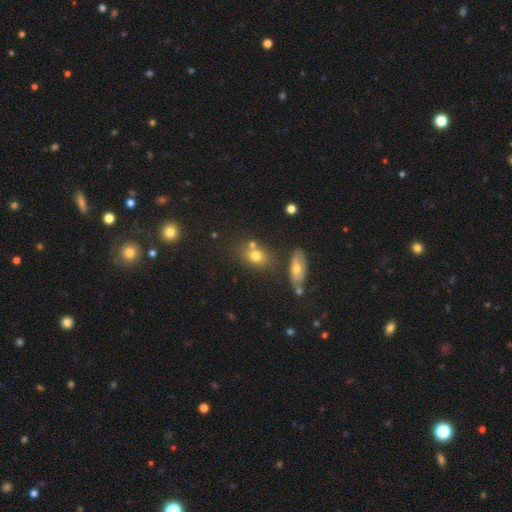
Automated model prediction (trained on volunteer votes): smooth-or-featured: smooth: 72% | featured or disk: 16% | star or artifact: 13%
  how-rounded: in between: 64% | round: 33% | cigar-shaped: 3%
  merging: none: 58% | merger: 22% | minor disturbance: 15% | major disturbance: 5%